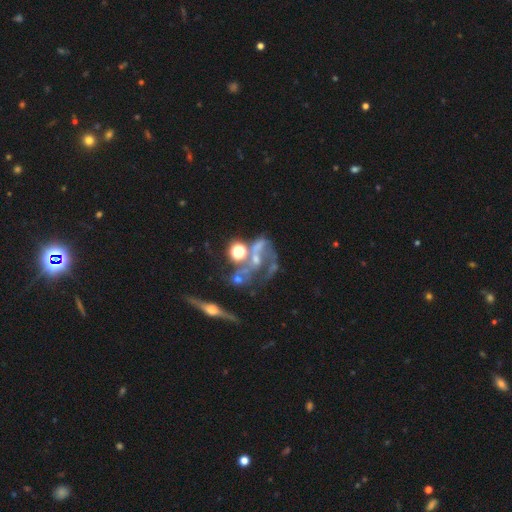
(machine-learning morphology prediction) Smooth or featured: featured or disk — 65% (star or artifact — 21%)
Edge-on disk: no — 88% (yes — 12%)
Bar: no — 65% (weak — 22%)
Spiral arms: yes — 58% (no — 42%)
Bulge size: small — 38% (moderate — 33%)
Merging: none — 31% (major disturbance — 27%)